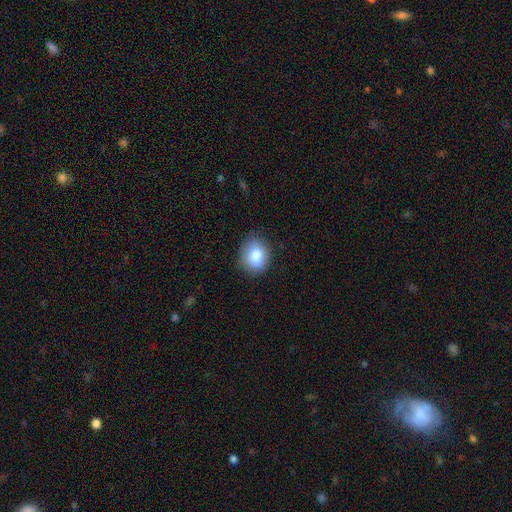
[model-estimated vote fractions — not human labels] This is clearly a smooth galaxy (83%). How rounded: possibly in between (55%). Merging: likely none (79%).